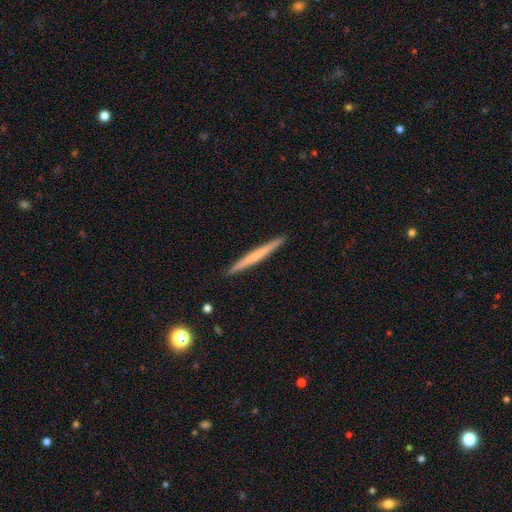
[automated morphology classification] Smooth or featured? smooth (52%)
How rounded? cigar-shaped (97%)
Merging? none (93%)